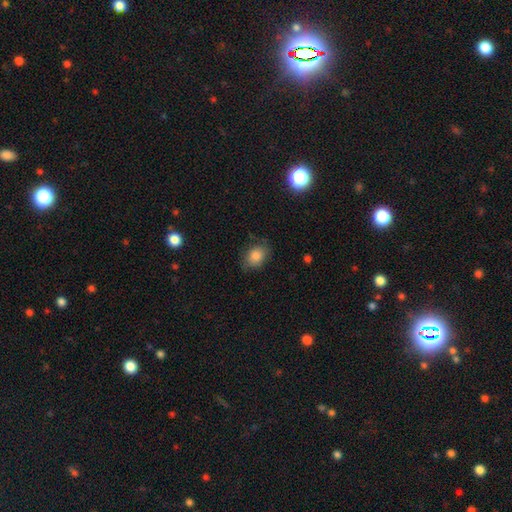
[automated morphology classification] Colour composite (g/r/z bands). It shows a smooth galaxy with no disk features (83%) that is in between round and cigar-shaped (56%). Merging: none (72%).